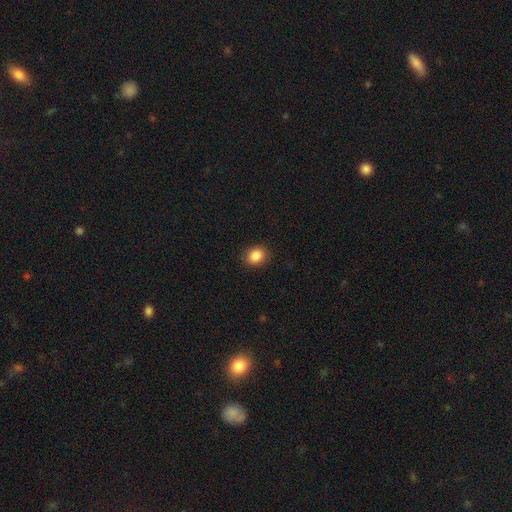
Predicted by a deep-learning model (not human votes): This appears to be a smooth galaxy with no disk features (87%) that is round (55%). Merging: none (89%).